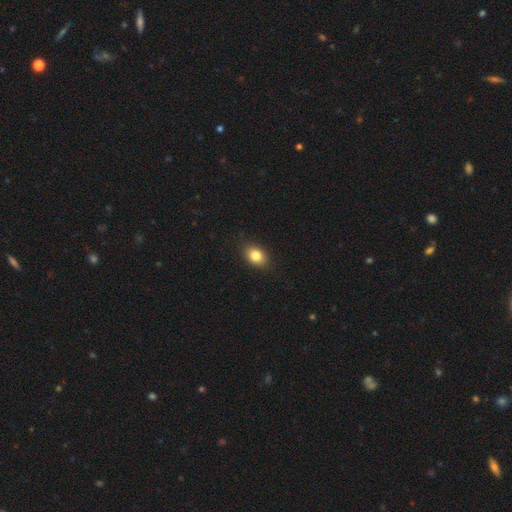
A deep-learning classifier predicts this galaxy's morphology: The model was most divided on "how rounded": in between: 75%, round: 24%, cigar-shaped: 1%. More confident: merging — none (88%); smooth or featured — smooth (83%).